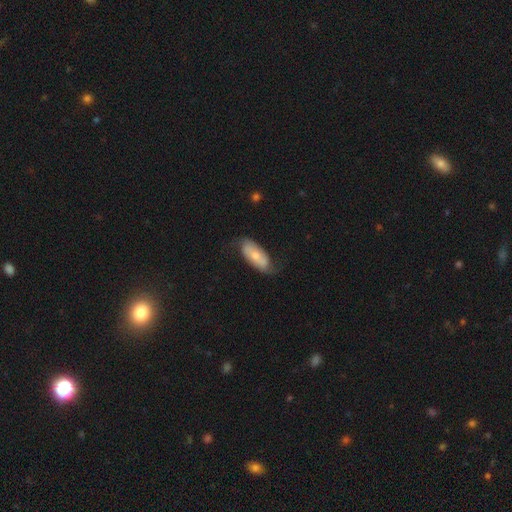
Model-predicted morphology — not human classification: Overall: smooth (55%; featured or disk 40%). How rounded: in between (85%). Merging: none (66%).